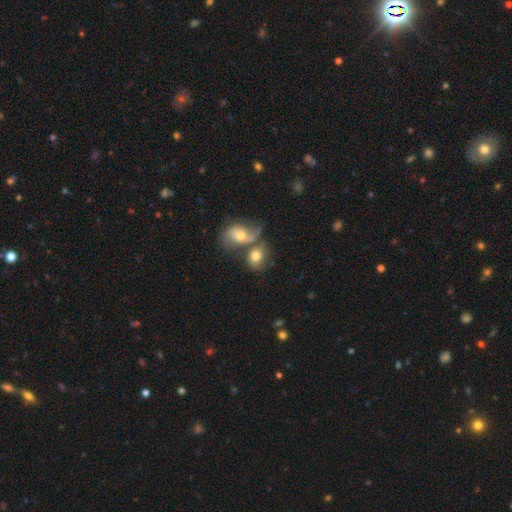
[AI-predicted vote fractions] smooth 66%, featured or disk 25%, star or artifact 9%. Down the decision tree: how rounded — in between (58%); merging — merger (52%).